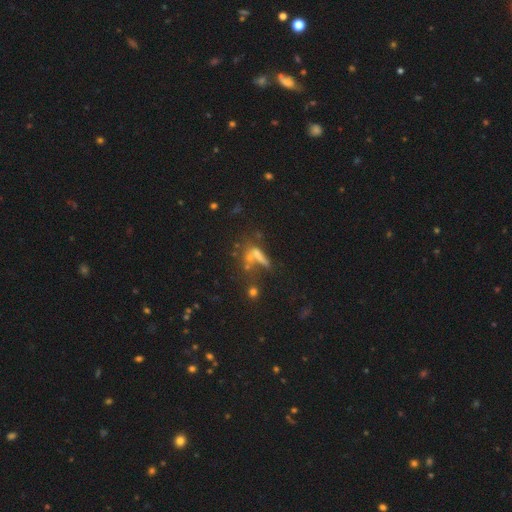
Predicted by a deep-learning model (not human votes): Smooth or featured? Predicted: smooth (p=0.48). Merging? Predicted: none (p=0.31).